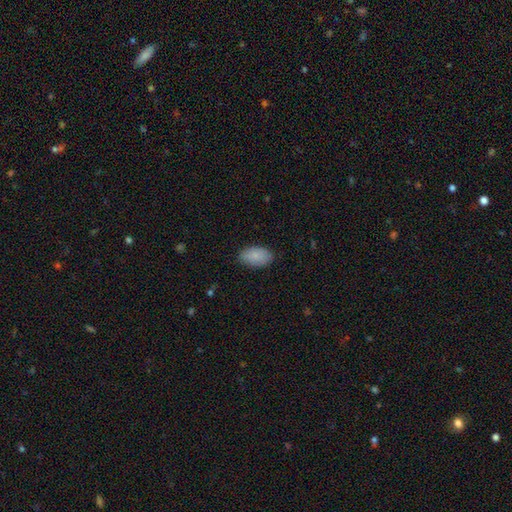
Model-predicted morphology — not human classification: This is clearly a smooth galaxy (86%). How rounded: clearly in between (94%). Merging: clearly none (84%).